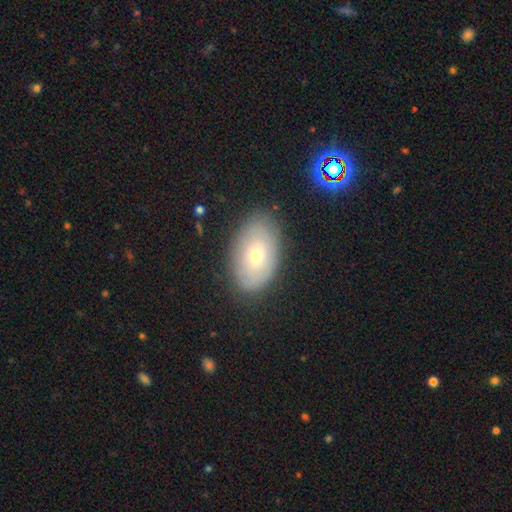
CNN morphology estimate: This appears to be a smooth galaxy with no disk features (59%) that is in between round and cigar-shaped (90%). Merging: none (84%).